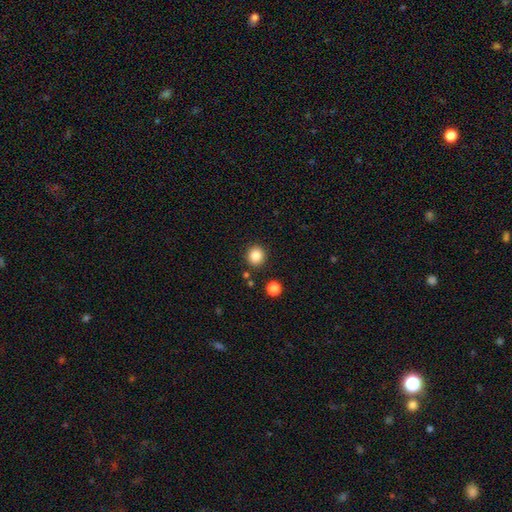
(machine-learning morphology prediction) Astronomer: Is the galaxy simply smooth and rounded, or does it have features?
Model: smooth — 85%.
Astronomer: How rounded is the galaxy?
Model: round — 90%.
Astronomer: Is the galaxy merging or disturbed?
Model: none — 89%.